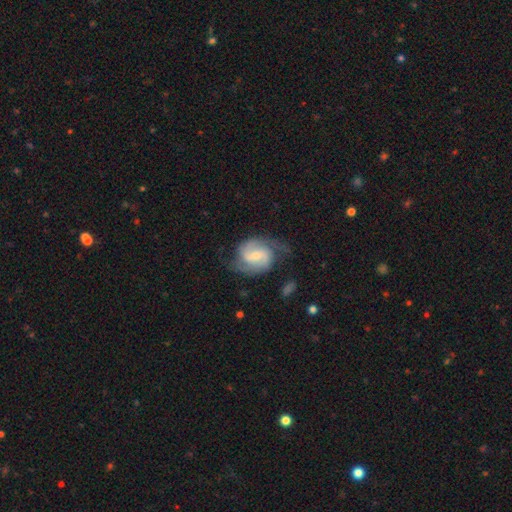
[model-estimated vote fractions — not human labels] Q: Smooth or featured?
A: featured or disk (82%); runner-up: smooth (12%)
Q: Edge-on disk?
A: no (98%); runner-up: yes (2%)
Q: Bar?
A: weak (54%); runner-up: no (28%)
Q: Spiral arms?
A: yes (96%); runner-up: no (4%)
Q: Spiral winding?
A: medium (52%); runner-up: tight (26%)
Q: Spiral arm count?
A: 2 (83%); runner-up: can't tell (7%)
Q: Bulge size?
A: small (53%); runner-up: moderate (36%)
Q: Merging?
A: none (62%); runner-up: minor disturbance (22%)